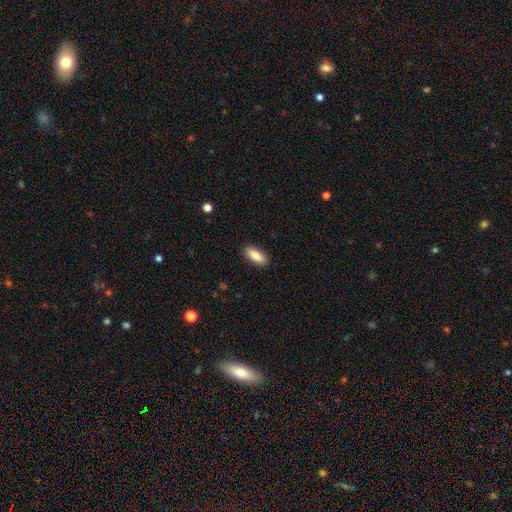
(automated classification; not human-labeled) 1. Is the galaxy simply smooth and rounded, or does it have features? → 86% smooth, 8% featured or disk, 6% star or artifact.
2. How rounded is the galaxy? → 78% in between, 20% cigar-shaped, 2% round.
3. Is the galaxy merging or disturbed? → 89% none, 8% minor disturbance, 2% major disturbance, 1% merger.